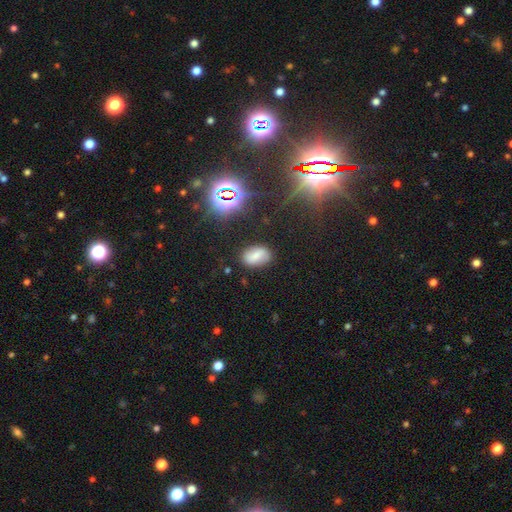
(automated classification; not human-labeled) Smooth or featured: smooth — 64% (featured or disk — 20%)
How rounded: in between — 88% (round — 10%)
Merging: none — 80% (minor disturbance — 14%)